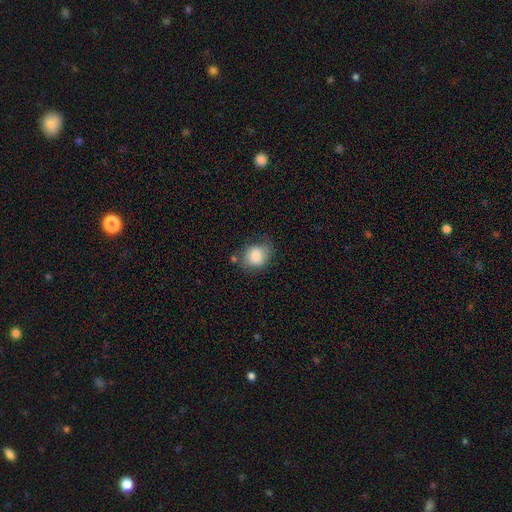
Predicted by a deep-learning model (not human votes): This appears to be a smooth galaxy with no disk features (81%) that is round (51%). Merging: none (58%).